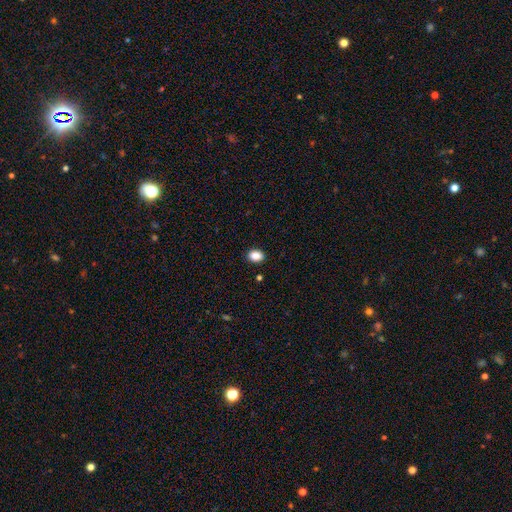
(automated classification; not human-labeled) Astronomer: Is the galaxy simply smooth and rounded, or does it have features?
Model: smooth — 88%.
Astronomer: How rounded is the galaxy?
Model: in between — 67%.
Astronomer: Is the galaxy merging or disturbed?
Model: none — 90%.